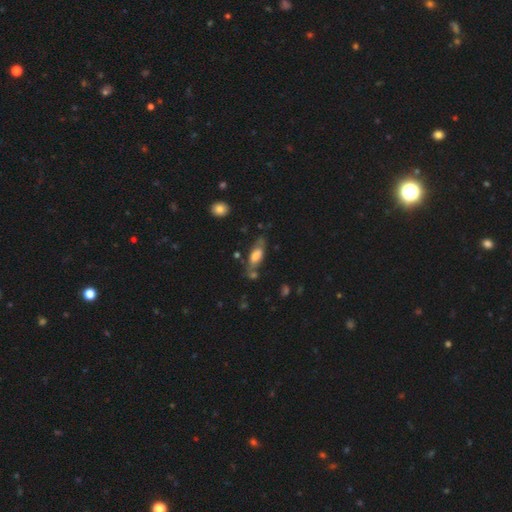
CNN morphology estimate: Q: Smooth or featured?
A: smooth (58%); runner-up: featured or disk (34%)
Q: How rounded?
A: in between (69%); runner-up: cigar-shaped (28%)
Q: Merging?
A: none (56%); runner-up: minor disturbance (24%)